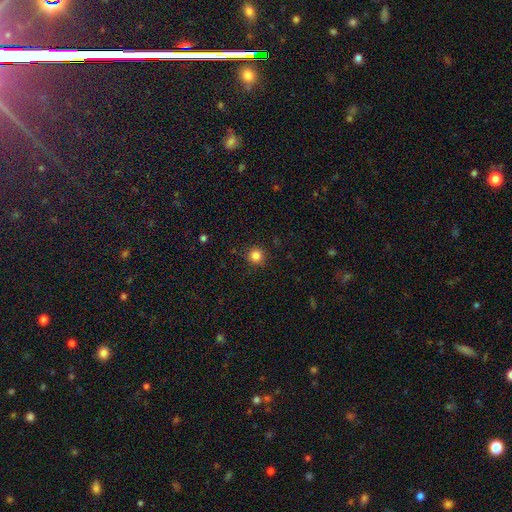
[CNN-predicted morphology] smooth 84%, star or artifact 12%, featured or disk 4%. Down the decision tree: how rounded — round (95%); merging — none (91%).